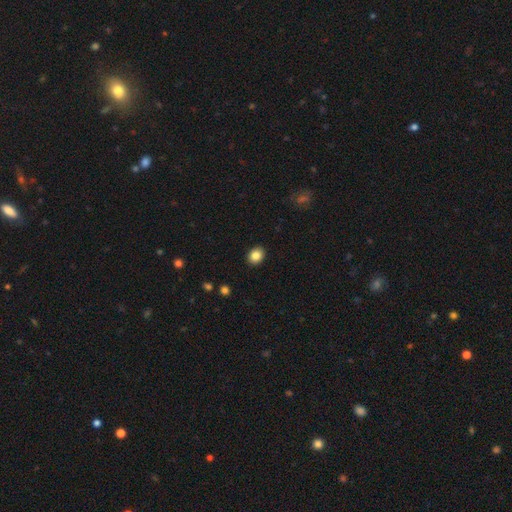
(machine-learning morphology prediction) type=smooth (85%); roundness=round (52%); merging=none (91%).